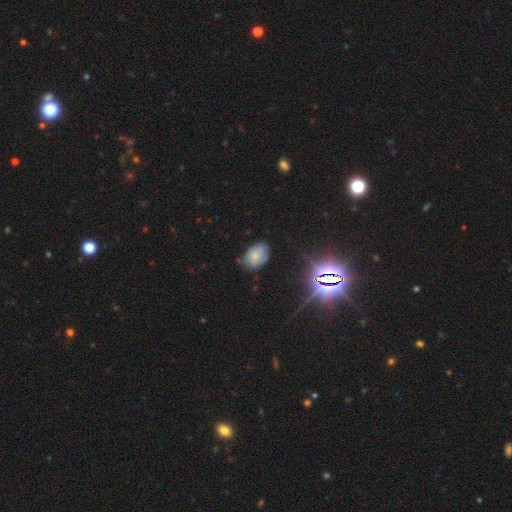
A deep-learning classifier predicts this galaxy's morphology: This appears to be a smooth galaxy with no disk features (65%) that is in between round and cigar-shaped (81%). Merging: none (67%).